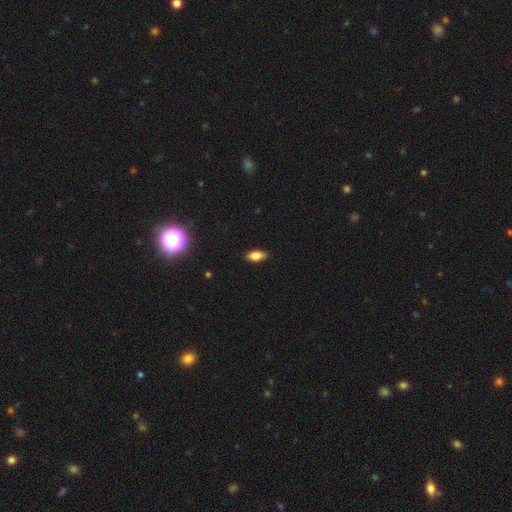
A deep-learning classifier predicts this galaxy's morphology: Overall: smooth (79%). How rounded: in between (86%). Merging: none (86%).